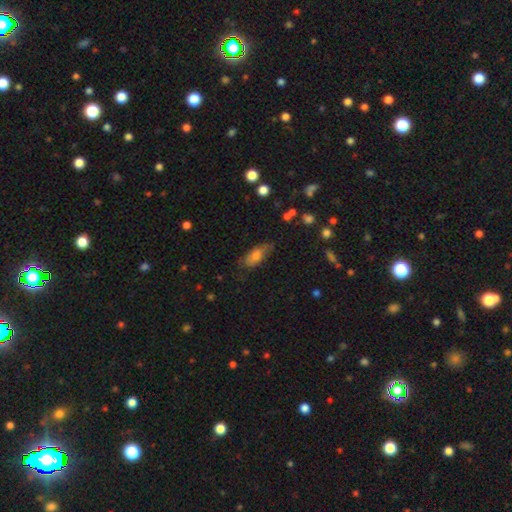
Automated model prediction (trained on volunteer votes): This is likely a smooth galaxy (65%). How rounded: likely in between (79%). Merging: possibly none (55%).